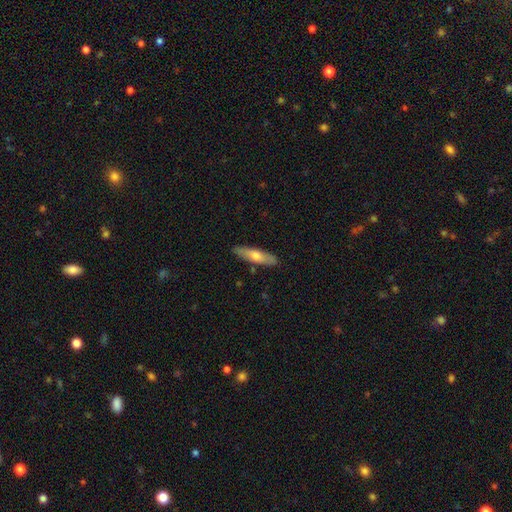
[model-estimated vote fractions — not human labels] Smooth or featured? smooth (60%)
How rounded? cigar-shaped (67%)
Merging? none (87%)